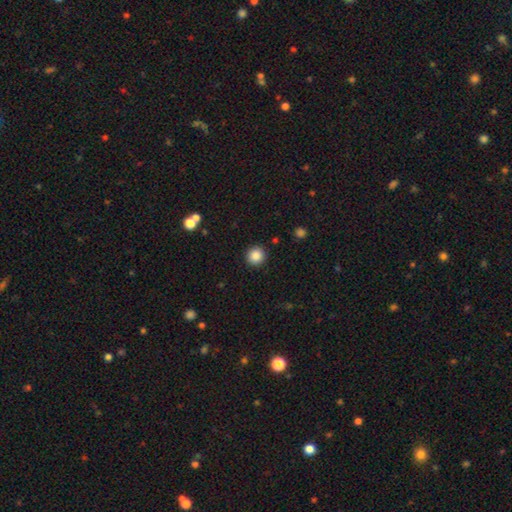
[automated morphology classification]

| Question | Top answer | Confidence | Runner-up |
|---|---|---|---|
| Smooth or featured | smooth | 86% | star or artifact (10%) |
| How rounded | round | 93% | in between (6%) |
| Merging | none | 91% | minor disturbance (6%) |